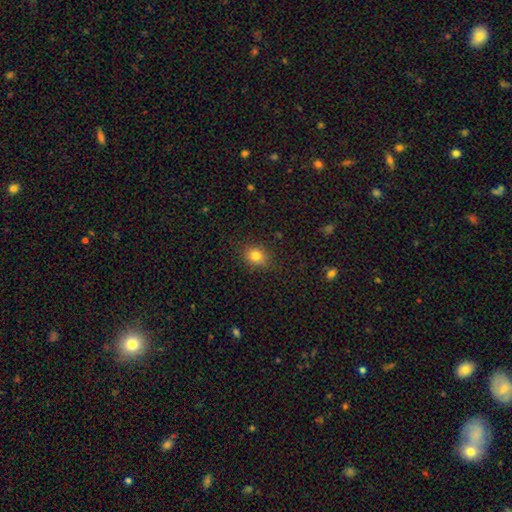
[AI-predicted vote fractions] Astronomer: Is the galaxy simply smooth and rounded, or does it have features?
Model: smooth — 81%.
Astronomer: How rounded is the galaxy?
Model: round — 70%.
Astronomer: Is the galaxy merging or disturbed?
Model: none — 84%.